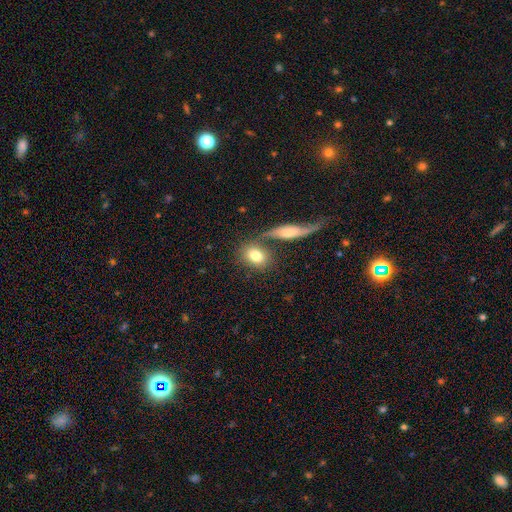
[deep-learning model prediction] A smooth galaxy with no disk features (78%) that is in between round and cigar-shaped (59%). Merging: none (55%).